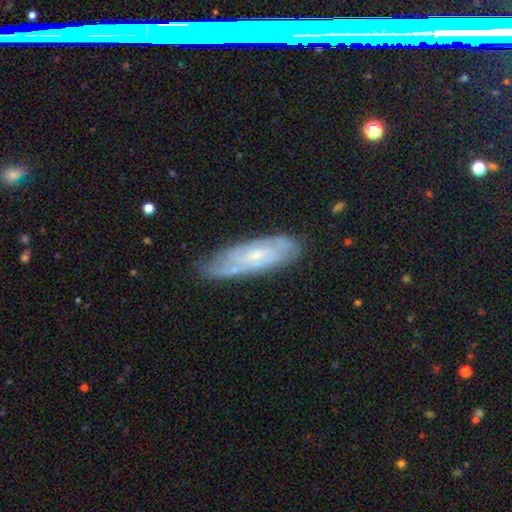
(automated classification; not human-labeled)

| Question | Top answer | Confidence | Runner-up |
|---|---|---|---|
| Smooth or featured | featured or disk | 73% | smooth (20%) |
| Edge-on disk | no | 83% | yes (17%) |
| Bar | no | 56% | weak (37%) |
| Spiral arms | yes | 90% | no (10%) |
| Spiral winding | tight | 61% | medium (31%) |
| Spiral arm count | can't tell | 44% | 2 (32%) |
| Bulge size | small | 73% | moderate (19%) |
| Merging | none | 74% | minor disturbance (20%) |